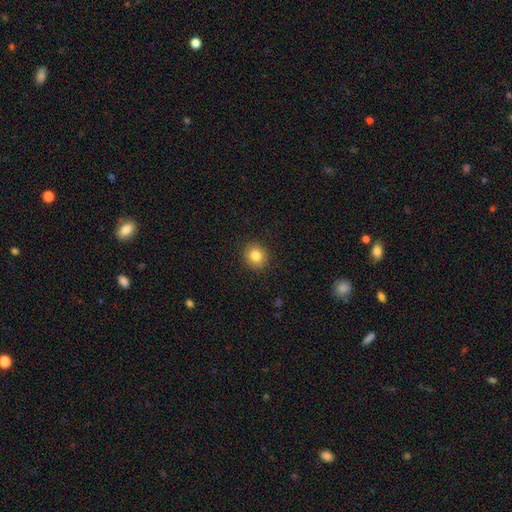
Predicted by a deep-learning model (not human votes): Smooth or featured: smooth — 83% (star or artifact — 10%)
How rounded: round — 79% (in between — 20%)
Merging: none — 91% (minor disturbance — 6%)